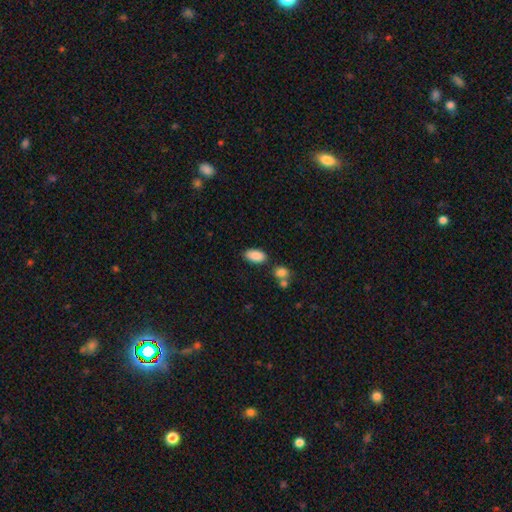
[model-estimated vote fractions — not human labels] Smooth or featured: smooth — 88% (star or artifact — 7%)
How rounded: in between — 93% (round — 4%)
Merging: none — 78% (minor disturbance — 12%)